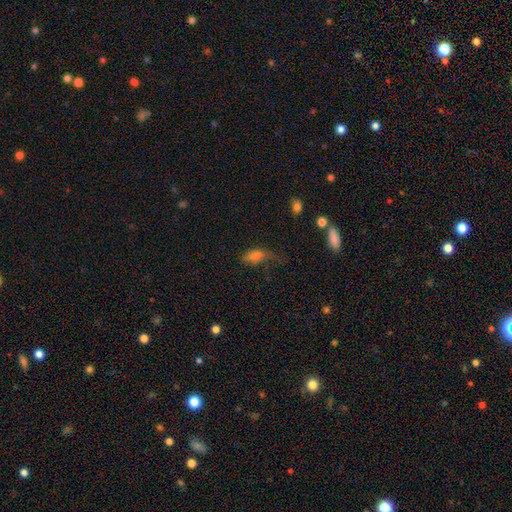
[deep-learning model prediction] A smooth galaxy with no disk features (73%) that is in between round and cigar-shaped (82%). Merging: none (39%).